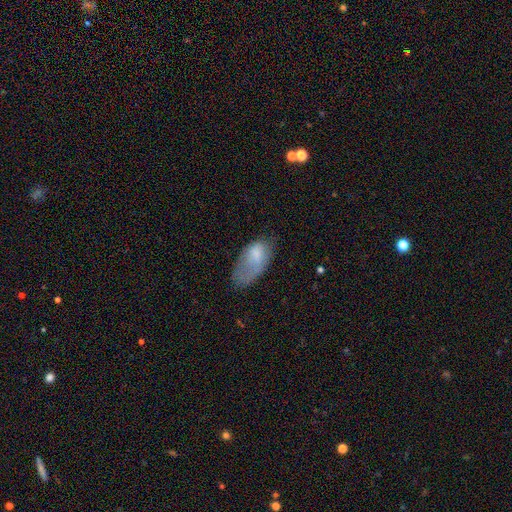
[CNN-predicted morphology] This is likely a smooth galaxy (70%). How rounded: clearly in between (93%). Merging: marginally minor disturbance (35%).